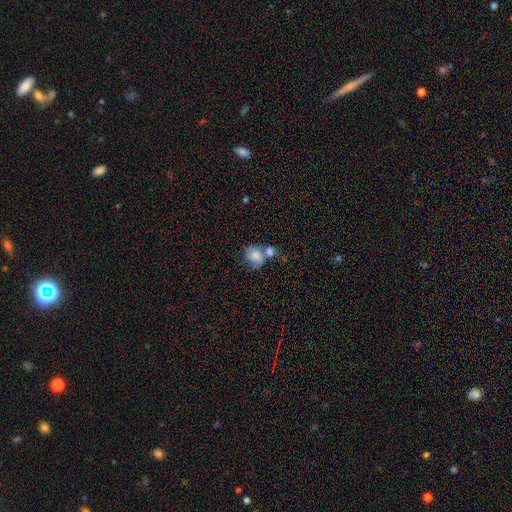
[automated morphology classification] This is likely a smooth galaxy (69%). How rounded: possibly round (52%). Merging: possibly merger (48%).